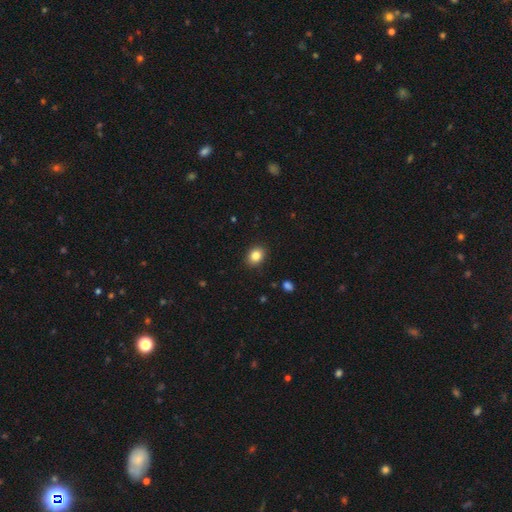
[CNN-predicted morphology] smooth_or_featured: smooth (p=0.84) [alt: star or artifact p=0.10]
how_rounded: in between (p=0.51) [alt: round p=0.48]
merging: none (p=0.89) [alt: minor disturbance p=0.08]